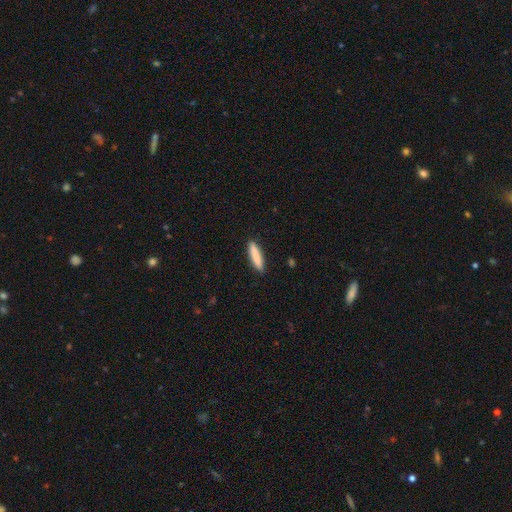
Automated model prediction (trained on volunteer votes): This is clearly a smooth galaxy (85%). How rounded: clearly cigar-shaped (85%). Merging: clearly none (90%).